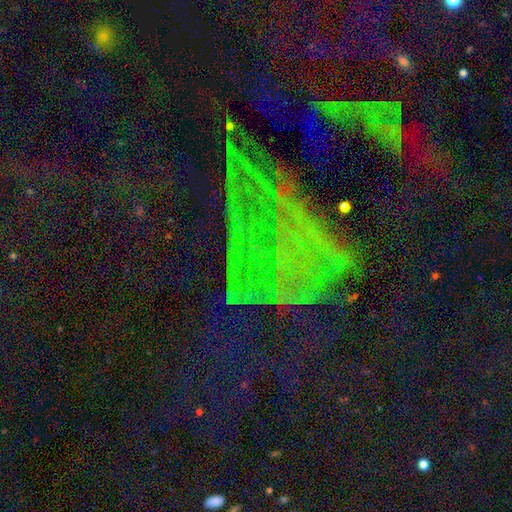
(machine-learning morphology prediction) This is clearly a star or artifact rather than a galaxy (83%).